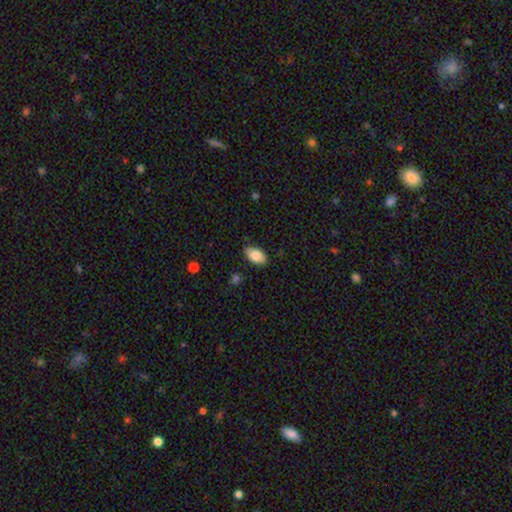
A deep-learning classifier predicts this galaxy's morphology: smooth_or_featured: smooth (p=0.85) [alt: featured or disk p=0.08]
how_rounded: in between (p=0.93) [alt: round p=0.05]
merging: none (p=0.80) [alt: minor disturbance p=0.16]